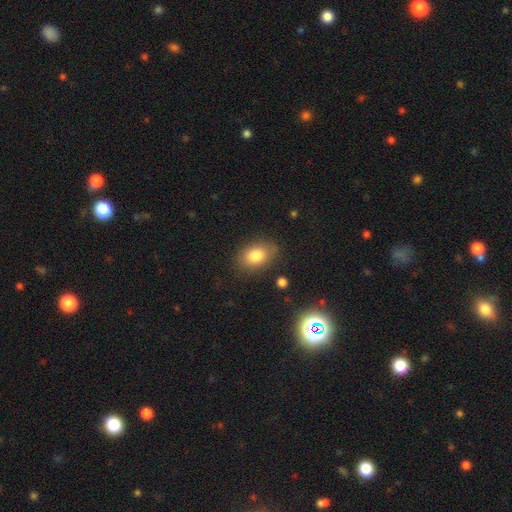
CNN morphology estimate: The model was most divided on "how rounded": in between: 78%, round: 21%, cigar-shaped: 1%. More confident: smooth or featured — smooth (81%); merging — none (81%).